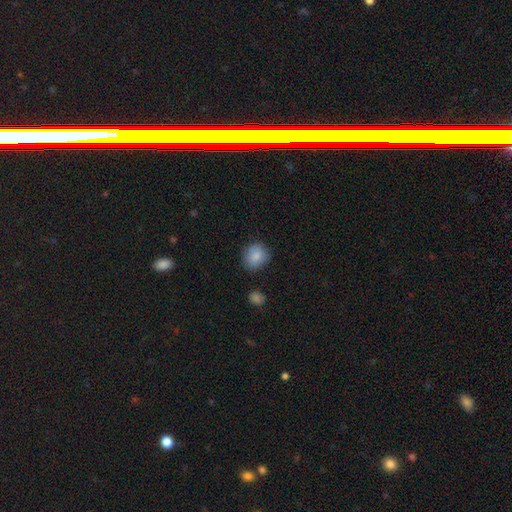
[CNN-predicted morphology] This is clearly a smooth galaxy (86%). How rounded: likely round (78%). Merging: clearly none (81%).